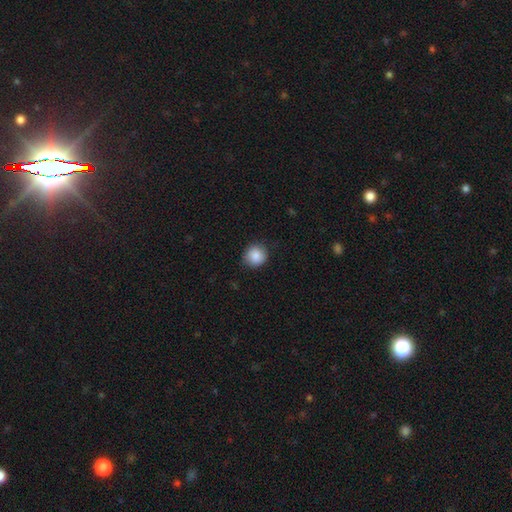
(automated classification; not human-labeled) A smooth galaxy with no disk features (87%) that is round (88%).

Vote fractions:
- Smooth or featured? smooth: 87% / star or artifact: 8% / featured or disk: 5%
- How rounded? round: 88% / in between: 11% / cigar-shaped: 1%
- Merging? none: 84% / minor disturbance: 12% / major disturbance: 3% / merger: 1%